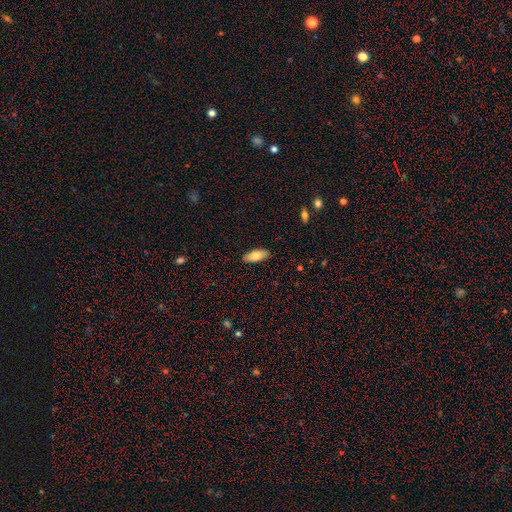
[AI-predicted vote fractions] The model was most divided on "smooth or featured": smooth: 77%, featured or disk: 16%, star or artifact: 6%. More confident: merging — none (88%); how rounded — in between (81%).